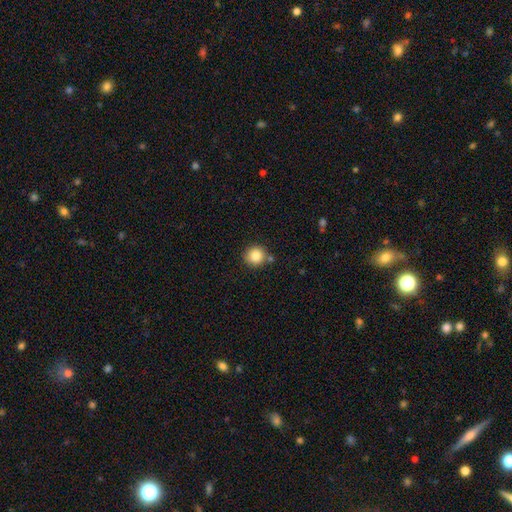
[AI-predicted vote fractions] This appears to be a smooth galaxy with no disk features (84%) that is round (92%). Merging: none (81%).